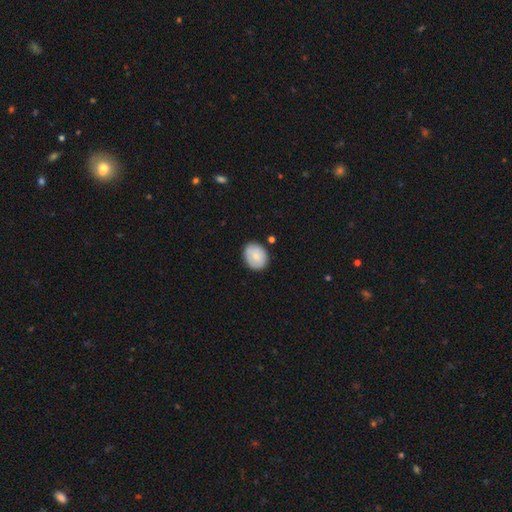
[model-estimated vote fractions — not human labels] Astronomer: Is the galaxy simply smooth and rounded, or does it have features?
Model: smooth — 81%.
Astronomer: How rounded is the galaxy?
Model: round — 50% (runner-up: in between, 49%).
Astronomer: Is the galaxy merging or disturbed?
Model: none — 83%.